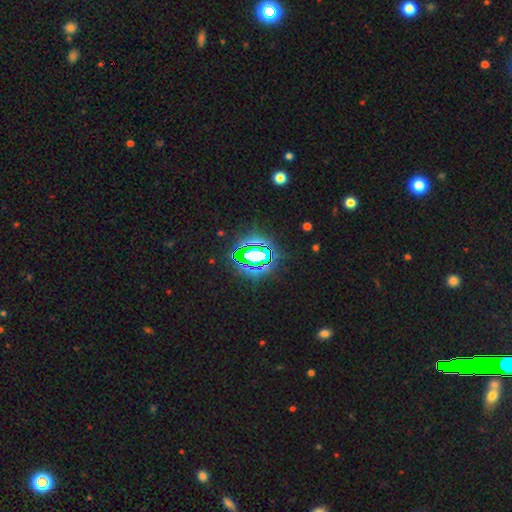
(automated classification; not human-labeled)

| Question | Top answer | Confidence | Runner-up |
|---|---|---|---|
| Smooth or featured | star or artifact | 73% | smooth (16%) |